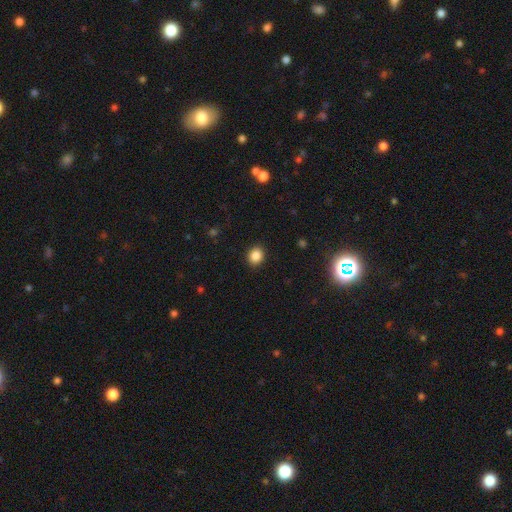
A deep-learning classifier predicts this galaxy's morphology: Smooth or featured: smooth — 86% (star or artifact — 10%)
How rounded: round — 64% (in between — 35%)
Merging: none — 90% (minor disturbance — 7%)